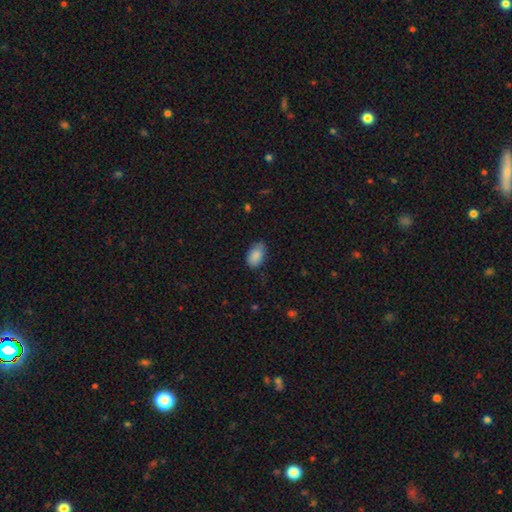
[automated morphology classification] smooth_or_featured: smooth (p=0.88) [alt: star or artifact p=0.07]
how_rounded: in between (p=0.90) [alt: round p=0.08]
merging: none (p=0.72) [alt: minor disturbance p=0.23]